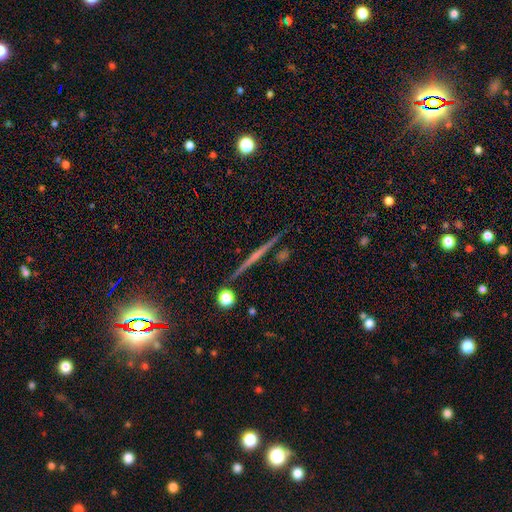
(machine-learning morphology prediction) A featured or disk galaxy (69%) viewed edge-on (98%) with no central bulge (61%).

Vote fractions:
- Smooth or featured? featured or disk: 69% / smooth: 21% / star or artifact: 11%
- Edge-on disk? yes: 98% / no: 2%
- Edge-on bulge? none: 61% / rounded: 29% / boxy: 10%
- Merging? none: 91% / minor disturbance: 6% / merger: 2% / major disturbance: 2%